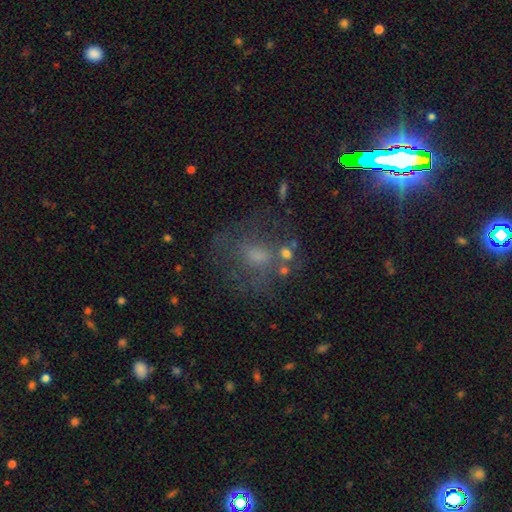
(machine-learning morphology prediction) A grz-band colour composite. It shows a smooth galaxy with no disk features (46%). Merging: none (49%).